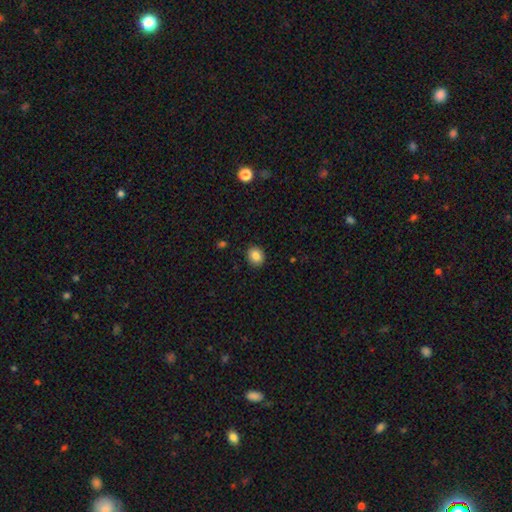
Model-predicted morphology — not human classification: The model was most divided on "how rounded": round: 72%, in between: 27%, cigar-shaped: 1%. More confident: merging — none (90%); smooth or featured — smooth (85%).